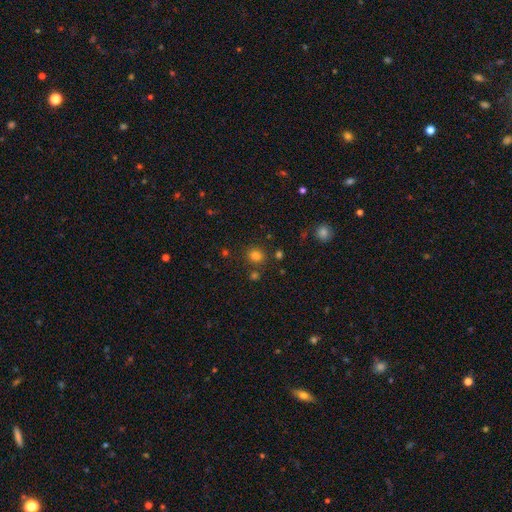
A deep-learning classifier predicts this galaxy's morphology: A smooth galaxy with no disk features (78%) that is round (82%).

Vote fractions:
- Smooth or featured? smooth: 78% / star or artifact: 17% / featured or disk: 5%
- How rounded? round: 82% / in between: 17% / cigar-shaped: 1%
- Merging? none: 82% / minor disturbance: 9% / merger: 6% / major disturbance: 3%